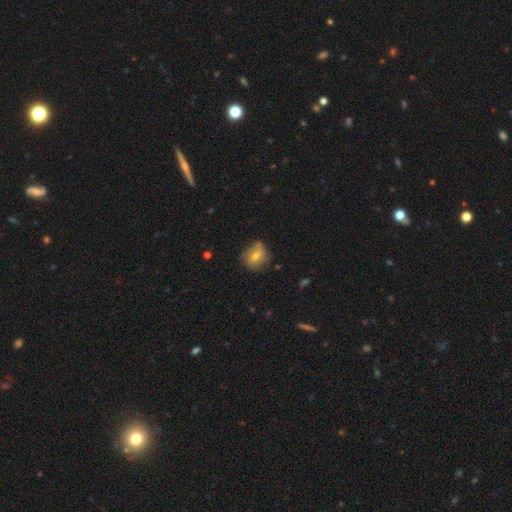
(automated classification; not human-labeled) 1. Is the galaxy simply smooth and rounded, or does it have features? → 59% smooth, 30% featured or disk, 11% star or artifact.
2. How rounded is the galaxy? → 78% round, 21% in between, 1% cigar-shaped.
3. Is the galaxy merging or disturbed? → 69% none, 21% minor disturbance, 5% major disturbance, 5% merger.